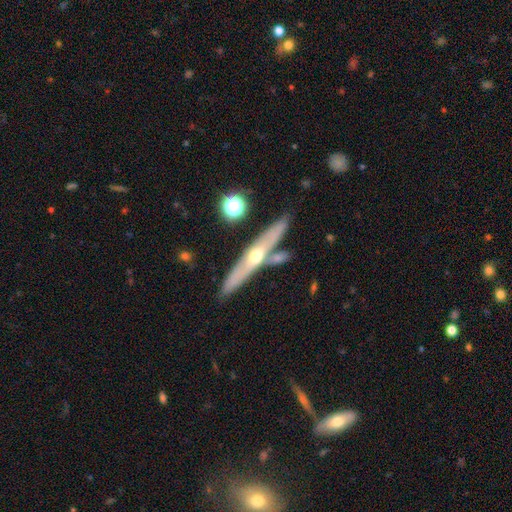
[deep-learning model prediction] Morphology: type=featured or disk (61%); edge-on=yes (87%); edge-on bulge=rounded (85%); merging=none (77%).